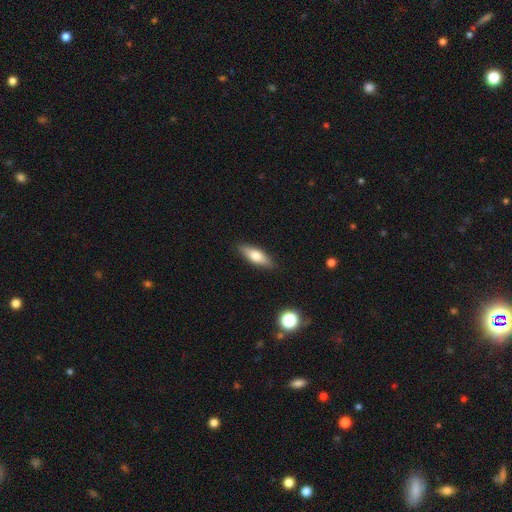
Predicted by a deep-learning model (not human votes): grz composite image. It shows a smooth galaxy with no disk features (67%) that is in between round and cigar-shaped (54%). Merging: none (88%).